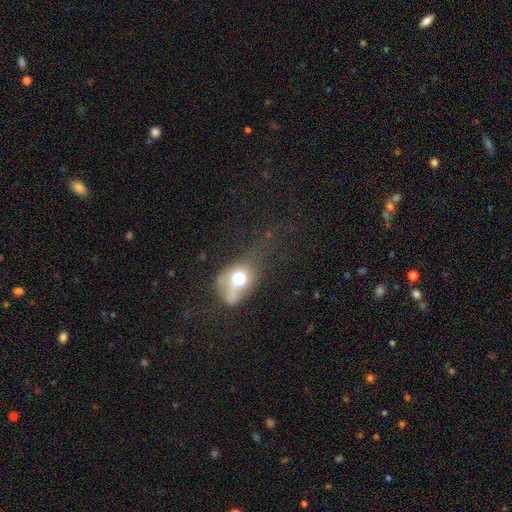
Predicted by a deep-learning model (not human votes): Smooth or featured?
  - smooth: 54% *
  - featured or disk: 23%
  - star or artifact: 22%
How rounded?
  - round: 55% *
  - in between: 40%
  - cigar-shaped: 5%
Merging?
  - major disturbance: 35% *
  - none: 31%
  - minor disturbance: 20%
  - merger: 13%